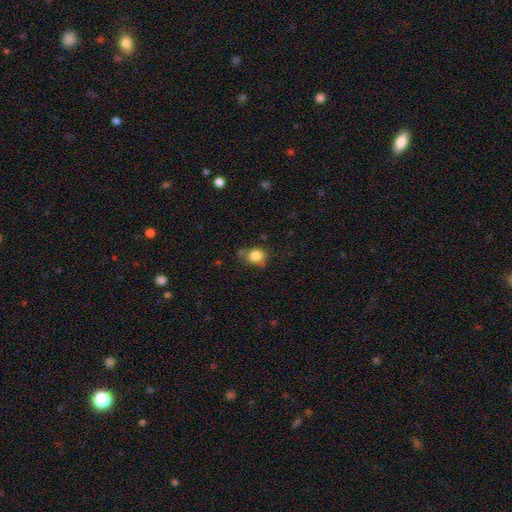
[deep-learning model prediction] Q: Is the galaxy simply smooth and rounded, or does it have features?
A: smooth — 82%.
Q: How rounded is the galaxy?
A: round — 70%.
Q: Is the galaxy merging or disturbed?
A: none — 60%.